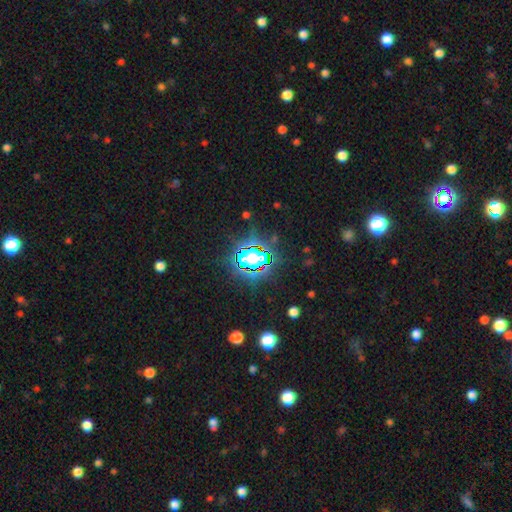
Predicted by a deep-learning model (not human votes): A star or artifact, not a galaxy (71%).

Vote fractions:
- Smooth or featured? star or artifact: 71% / smooth: 18% / featured or disk: 11%